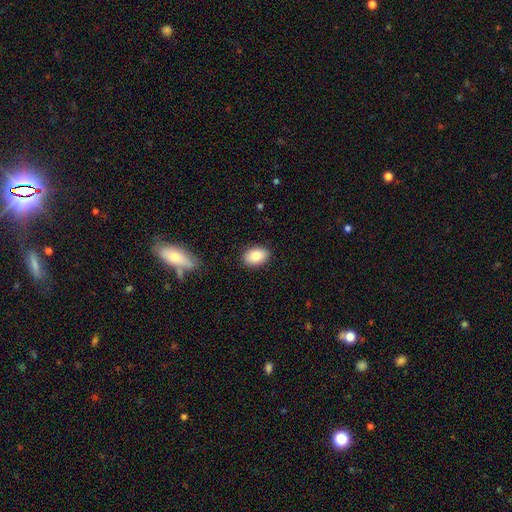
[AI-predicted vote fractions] smooth-or-featured: smooth: 84% | featured or disk: 9% | star or artifact: 7%
  how-rounded: in between: 86% | round: 12% | cigar-shaped: 1%
  merging: none: 88% | minor disturbance: 9% | major disturbance: 2% | merger: 1%